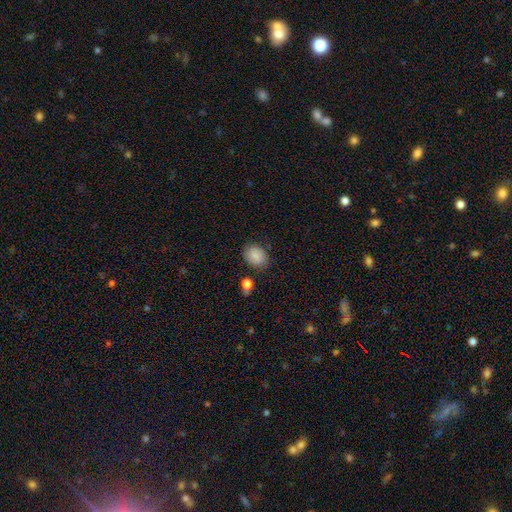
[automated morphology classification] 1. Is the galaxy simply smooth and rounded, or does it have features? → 83% smooth, 9% star or artifact, 8% featured or disk.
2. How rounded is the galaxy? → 51% round, 48% in between, 1% cigar-shaped.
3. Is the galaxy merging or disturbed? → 79% none, 14% minor disturbance, 4% merger, 3% major disturbance.